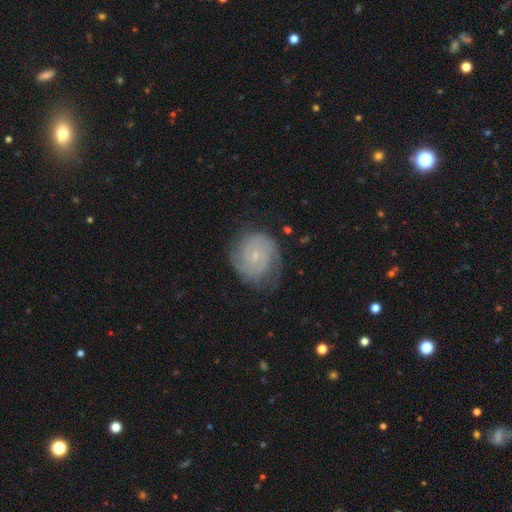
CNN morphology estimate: This appears to be a featured or disk galaxy (73%) with no bar (70%), 2 (47%) tight (63%) spiral arms (92%) and a small central bulge (81%). Merging: none (70%).